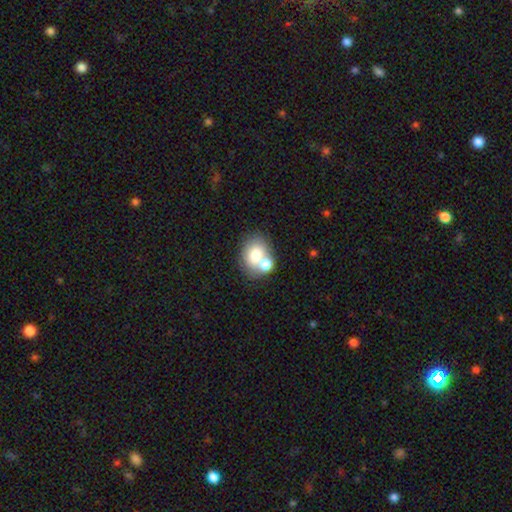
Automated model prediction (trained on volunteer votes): This is likely a smooth galaxy (72%). How rounded: possibly in between (51%). Merging: possibly merger (46%).